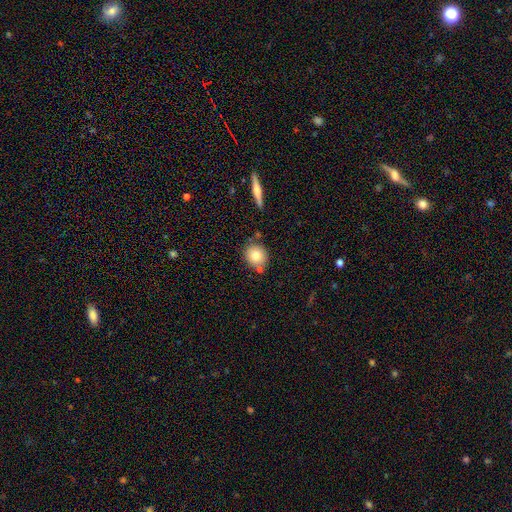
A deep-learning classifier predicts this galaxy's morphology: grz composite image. It shows a smooth galaxy with no disk features (78%) that is round (82%). Merging: none (75%).